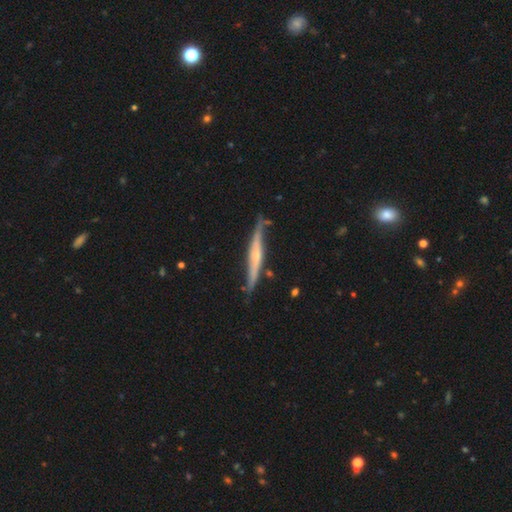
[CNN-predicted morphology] Overall: featured or disk (72%). Edge-on disk: yes (91%). Edge-on bulge: rounded (65%; none 28%). Merging: none (70%).